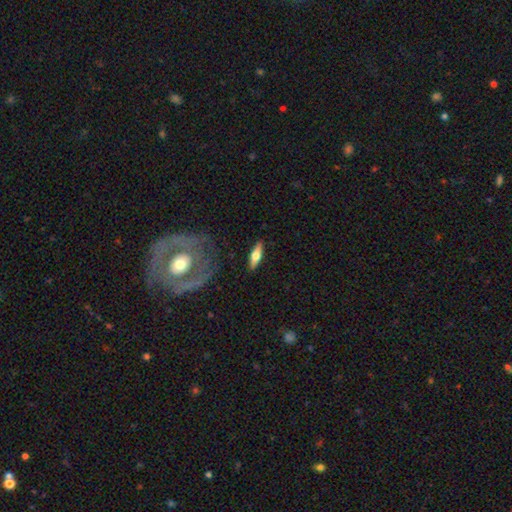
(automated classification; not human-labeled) Smooth or featured? Predicted: smooth (p=0.53). How rounded? Predicted: in between (p=0.50). Merging? Predicted: none (p=0.88).